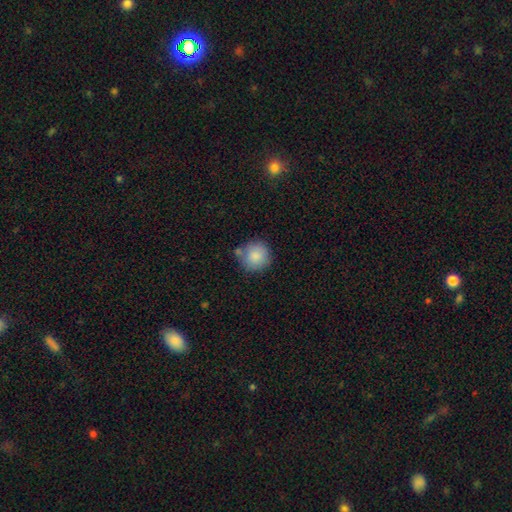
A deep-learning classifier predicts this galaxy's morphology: Smooth or featured? Predicted: smooth (p=0.86). How rounded? Predicted: round (p=0.93). Merging? Predicted: none (p=0.70).